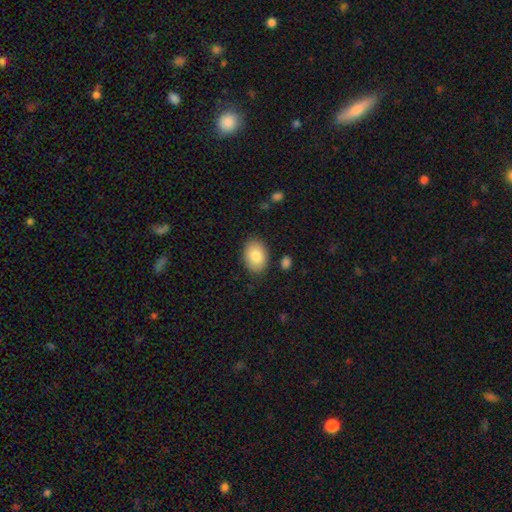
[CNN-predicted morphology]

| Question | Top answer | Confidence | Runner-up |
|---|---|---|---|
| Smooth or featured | smooth | 83% | featured or disk (11%) |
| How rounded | in between | 78% | round (21%) |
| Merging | none | 85% | minor disturbance (11%) |